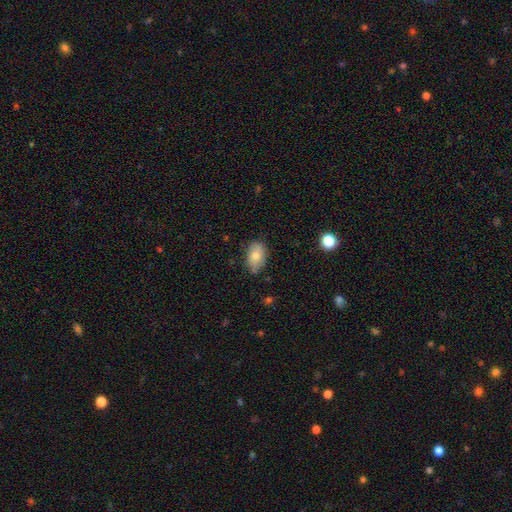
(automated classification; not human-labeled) Smooth or featured: smooth — 78% (featured or disk — 14%)
How rounded: in between — 89% (round — 9%)
Merging: none — 75% (minor disturbance — 20%)